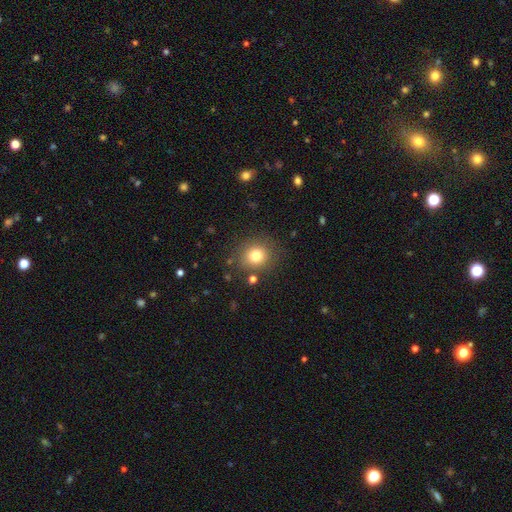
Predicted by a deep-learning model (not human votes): This appears to be a smooth galaxy with no disk features (78%) that is round (83%). Merging: none (84%).